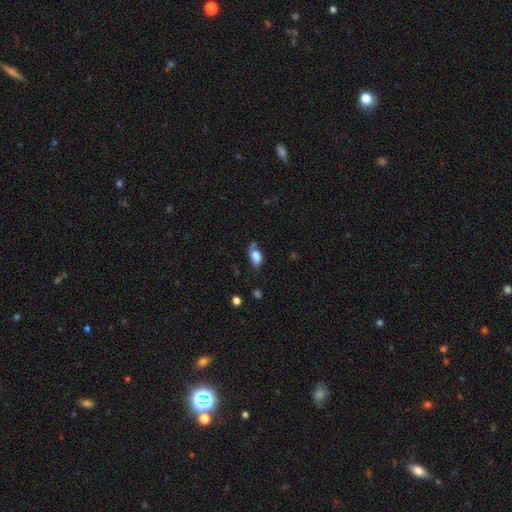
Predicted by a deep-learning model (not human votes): smooth_or_featured: smooth (p=0.76) [alt: featured or disk p=0.15]
how_rounded: in between (p=0.88) [alt: round p=0.08]
merging: none (p=0.45) [alt: minor disturbance p=0.33]